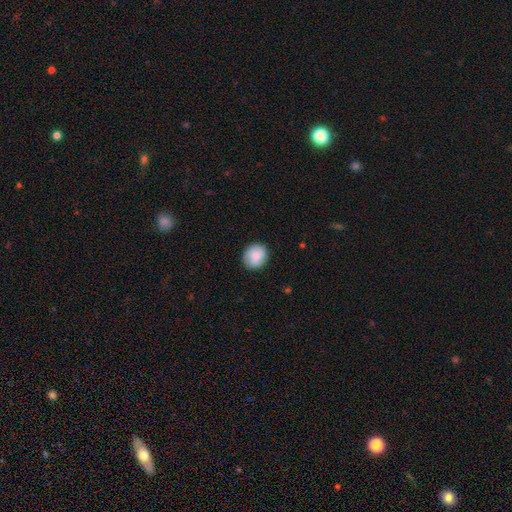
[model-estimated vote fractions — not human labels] The model was most divided on "how rounded": round: 74%, in between: 25%, cigar-shaped: 1%. More confident: smooth or featured — smooth (87%); merging — none (87%).